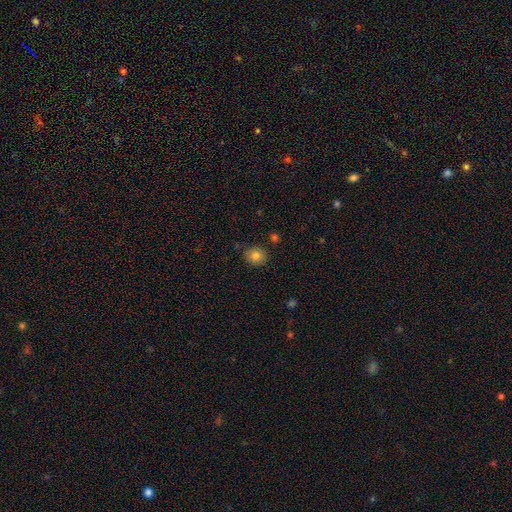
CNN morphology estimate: Smooth or featured: smooth — 81% (star or artifact — 10%)
How rounded: round — 75% (in between — 25%)
Merging: none — 83% (minor disturbance — 12%)